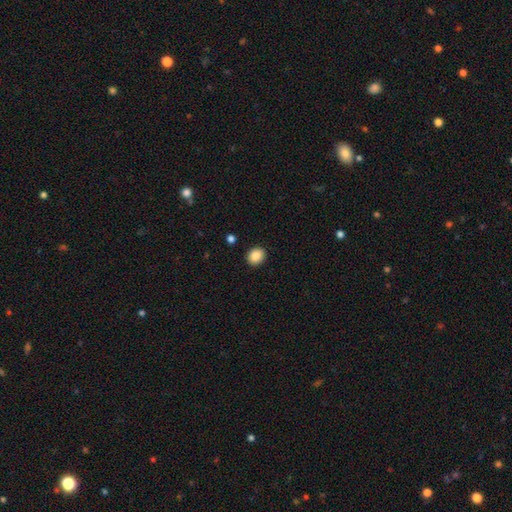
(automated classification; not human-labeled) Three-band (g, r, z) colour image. It shows a smooth galaxy with no disk features (87%) that is round (65%). Merging: none (91%).